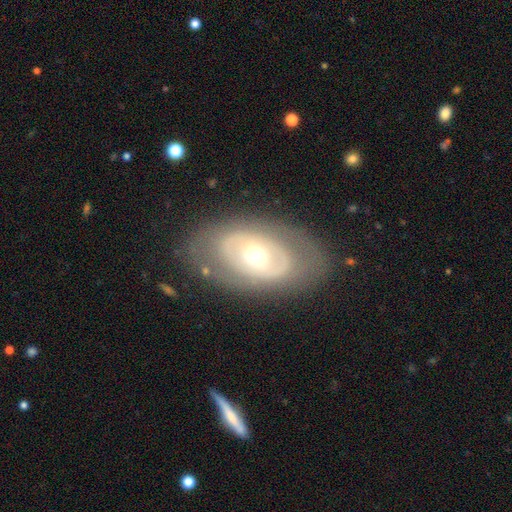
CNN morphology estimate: Q: Smooth or featured?
A: featured or disk (65%); runner-up: smooth (29%)
Q: Edge-on disk?
A: no (92%); runner-up: yes (8%)
Q: Bar?
A: no (80%); runner-up: weak (14%)
Q: Spiral arms?
A: no (73%); runner-up: yes (27%)
Q: Bulge size?
A: moderate (57%); runner-up: small (35%)
Q: Merging?
A: none (78%); runner-up: minor disturbance (14%)